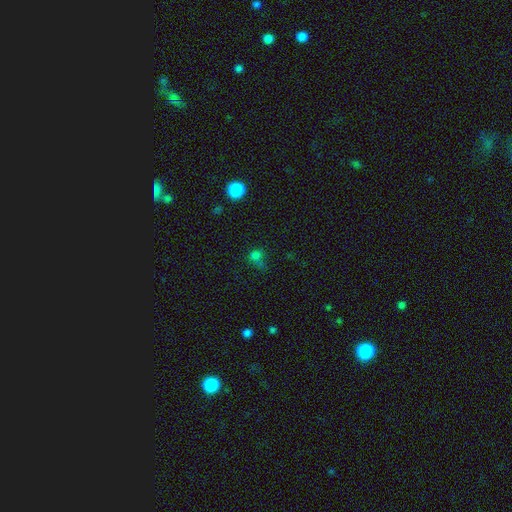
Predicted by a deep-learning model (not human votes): A smooth galaxy with no disk features (67%) that is round (76%). Merging: none (51%).